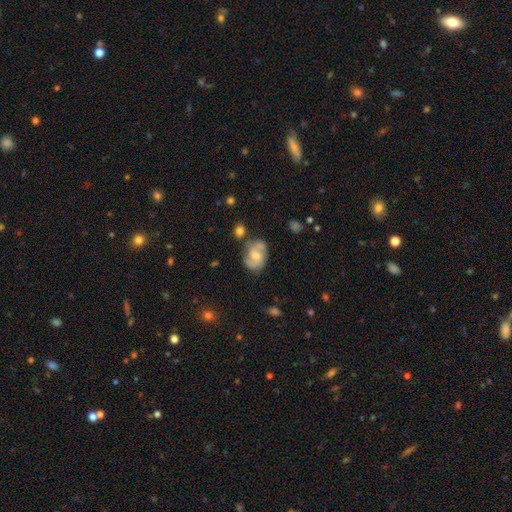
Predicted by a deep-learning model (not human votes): Overall: featured or disk (65%; smooth 27%). Edge-on disk: no (97%). Bar: no (50%; weak 42%). Spiral arms: yes (88%). Spiral arm count: 2 (79%). Spiral winding: medium (50%; tight 26%). Bulge size: moderate (58%; small 33%). Merging: none (62%; minor disturbance 22%).